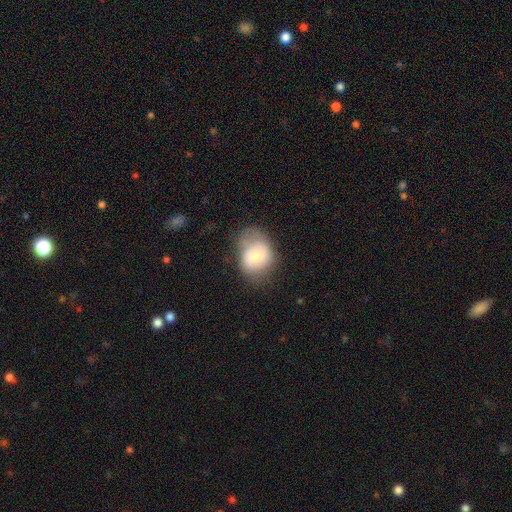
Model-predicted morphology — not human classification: smooth-or-featured: smooth: 59% | featured or disk: 34% | star or artifact: 8%
  how-rounded: in between: 53% | round: 47% | cigar-shaped: 1%
  merging: none: 45% | minor disturbance: 33% | major disturbance: 19% | merger: 3%